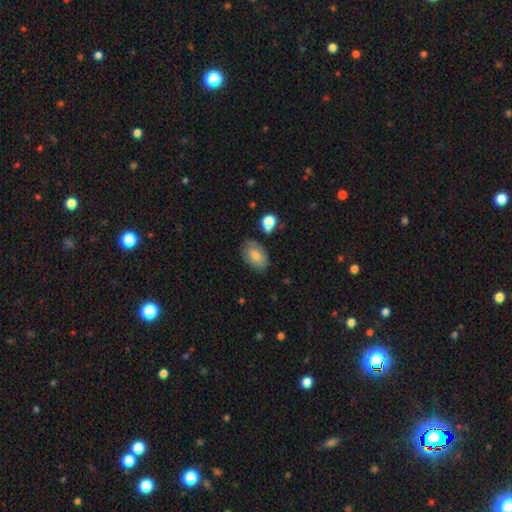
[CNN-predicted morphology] Smooth or featured?
  - smooth: 81% *
  - featured or disk: 11%
  - star or artifact: 8%
How rounded?
  - in between: 90% *
  - round: 9%
  - cigar-shaped: 1%
Merging?
  - none: 75% *
  - minor disturbance: 17%
  - major disturbance: 4%
  - merger: 4%